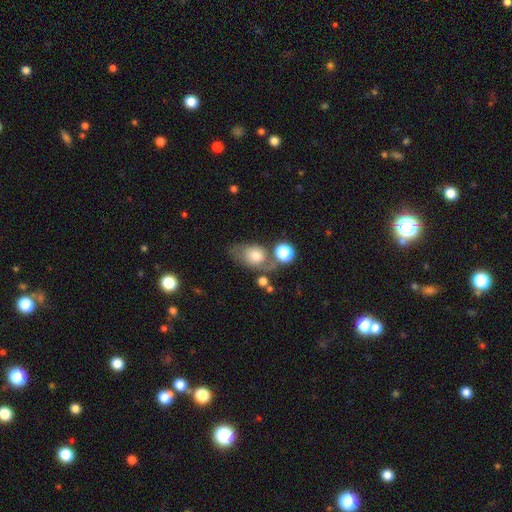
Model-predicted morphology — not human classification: Smooth or featured? Predicted: smooth (p=0.62). How rounded? Predicted: in between (p=0.65). Merging? Predicted: none (p=0.41).